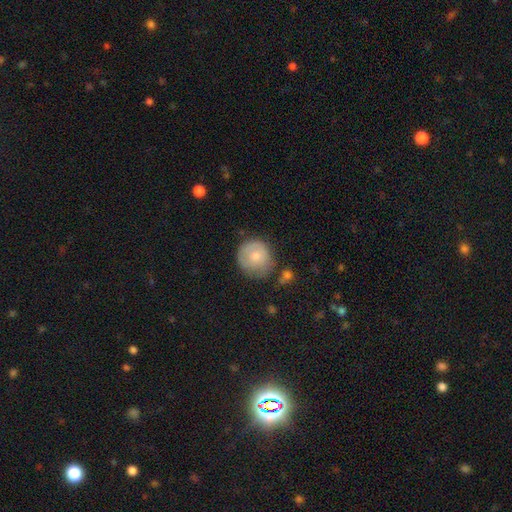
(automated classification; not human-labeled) This appears to be a smooth galaxy with no disk features (71%) that is round (89%). Merging: none (61%).